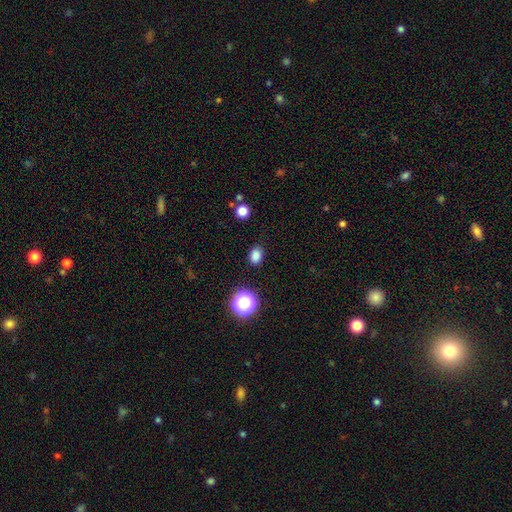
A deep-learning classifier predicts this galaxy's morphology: Smooth or featured? Predicted: smooth (p=0.82). How rounded? Predicted: in between (p=0.62). Merging? Predicted: none (p=0.86).